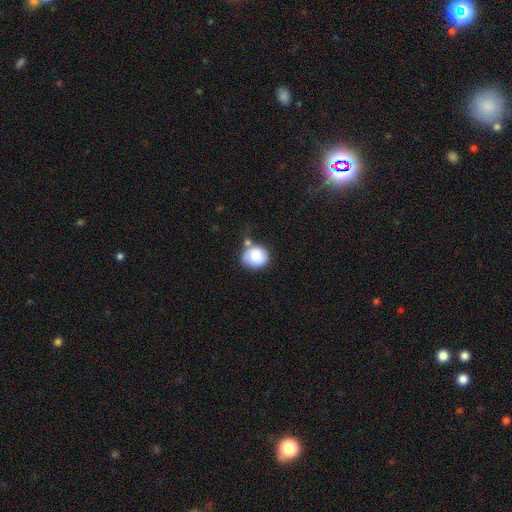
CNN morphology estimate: smooth_or_featured: smooth (p=0.78) [alt: featured or disk p=0.14]
how_rounded: round (p=0.76) [alt: in between p=0.23]
merging: none (p=0.46) [alt: minor disturbance p=0.26]